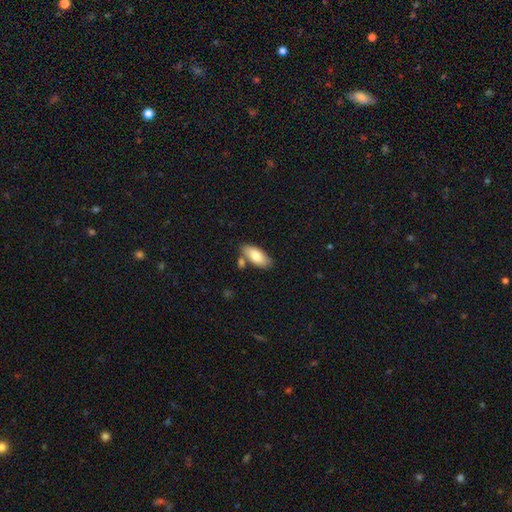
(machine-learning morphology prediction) smooth_or_featured: smooth (p=0.79) [alt: featured or disk p=0.15]
how_rounded: in between (p=0.86) [alt: cigar-shaped p=0.12]
merging: none (p=0.70) [alt: minor disturbance p=0.14]